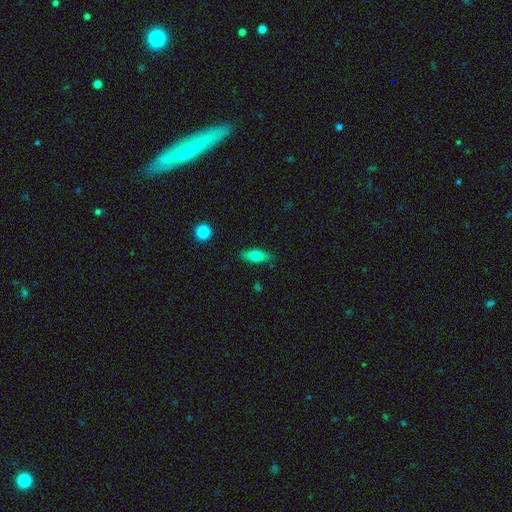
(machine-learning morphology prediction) This is likely a smooth galaxy (71%). How rounded: likely in between (72%). Merging: clearly none (85%).